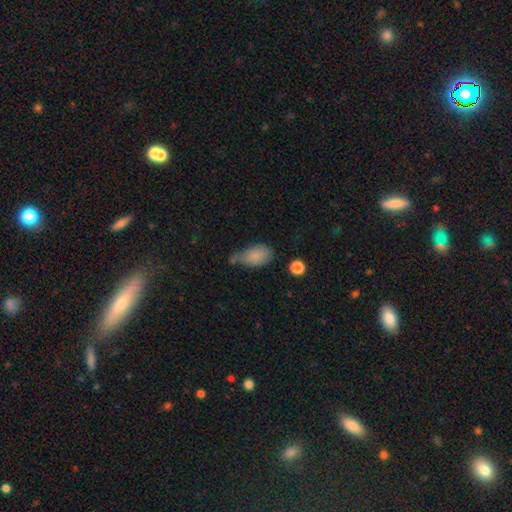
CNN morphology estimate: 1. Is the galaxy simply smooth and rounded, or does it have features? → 82% smooth, 10% featured or disk, 9% star or artifact.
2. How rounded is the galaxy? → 89% in between, 9% round, 2% cigar-shaped.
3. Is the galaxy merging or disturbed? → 41% none, 34% minor disturbance, 13% merger, 12% major disturbance.